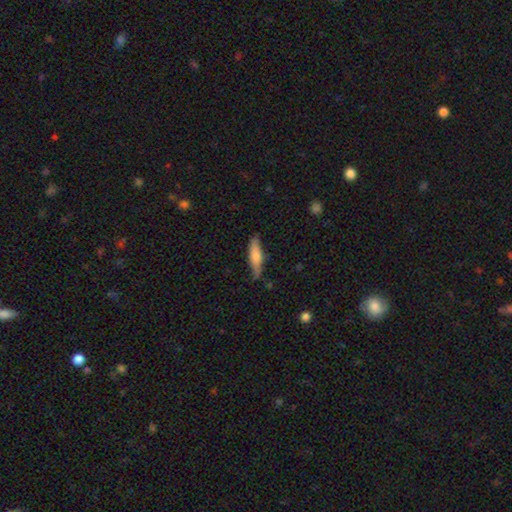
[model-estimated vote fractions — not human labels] The model was most divided on "smooth or featured": smooth: 66%, featured or disk: 28%, star or artifact: 6%. More confident: merging — none (74%); how rounded — cigar-shaped (70%).